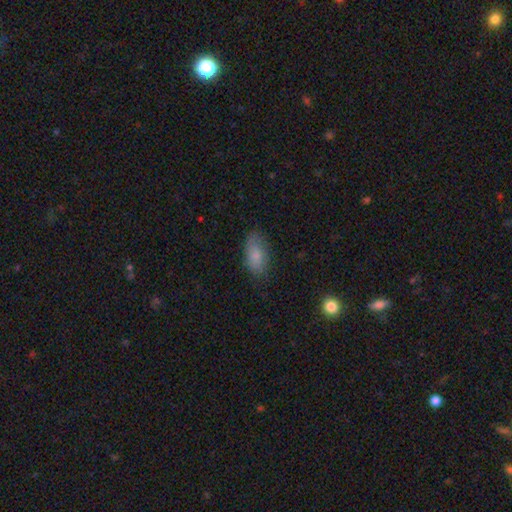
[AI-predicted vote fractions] This appears to be a smooth galaxy with no disk features (81%) that is in between round and cigar-shaped (91%). Merging: none (76%).